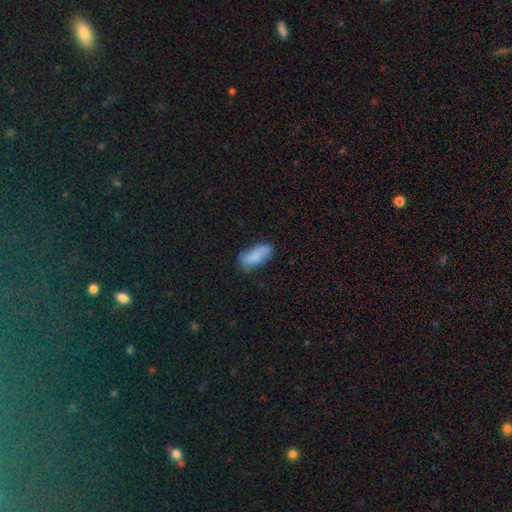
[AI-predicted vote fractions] A smooth galaxy with no disk features (80%) that is in between round and cigar-shaped (82%). Merging: none (67%).